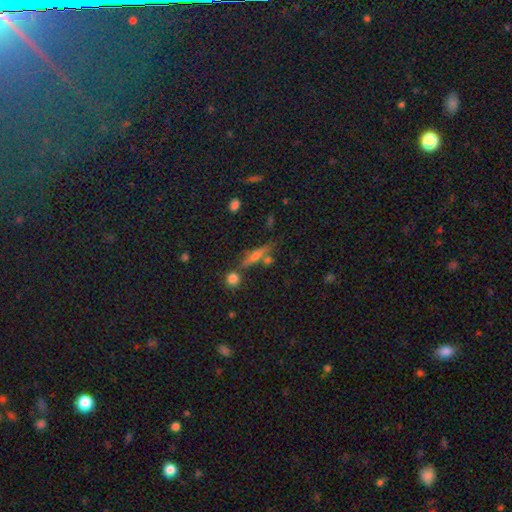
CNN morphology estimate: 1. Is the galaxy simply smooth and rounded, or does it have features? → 47% featured or disk, 41% smooth, 12% star or artifact.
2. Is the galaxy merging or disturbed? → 70% none, 13% minor disturbance, 12% merger, 5% major disturbance.